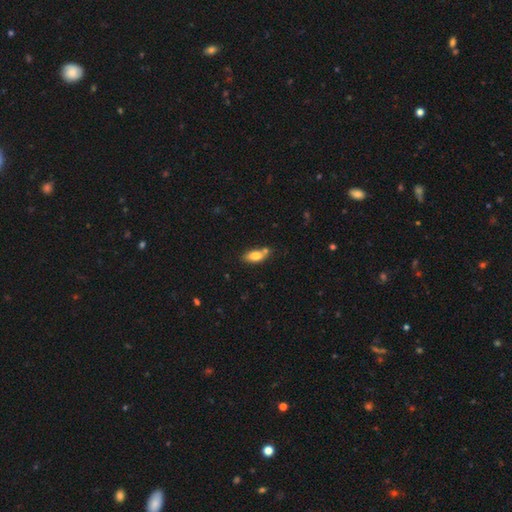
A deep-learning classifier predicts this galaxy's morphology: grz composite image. It shows a smooth galaxy with no disk features (78%) that is in between round and cigar-shaped (85%). Merging: none (56%).